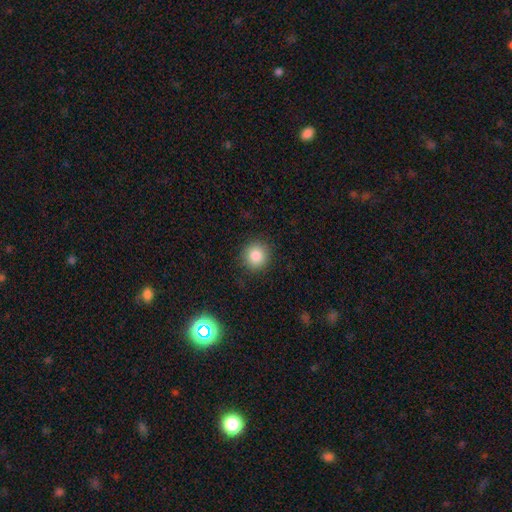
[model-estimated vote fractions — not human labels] A smooth galaxy with no disk features (85%) that is round (91%). Merging: none (89%).